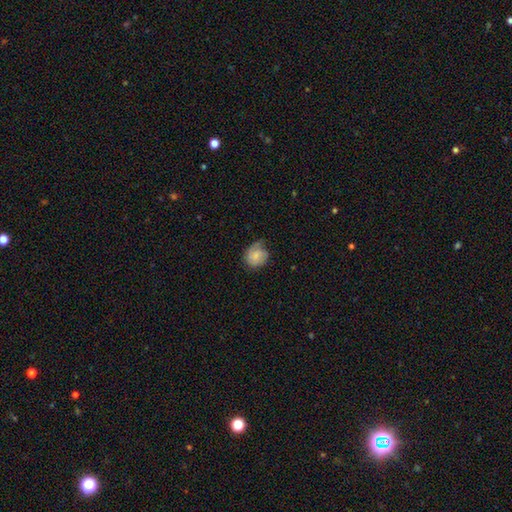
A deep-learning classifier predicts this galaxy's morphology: Smooth or featured?
  - smooth: 59% *
  - featured or disk: 34%
  - star or artifact: 7%
How rounded?
  - round: 67% *
  - in between: 32%
  - cigar-shaped: 1%
Merging?
  - none: 50% *
  - minor disturbance: 34%
  - major disturbance: 14%
  - merger: 1%